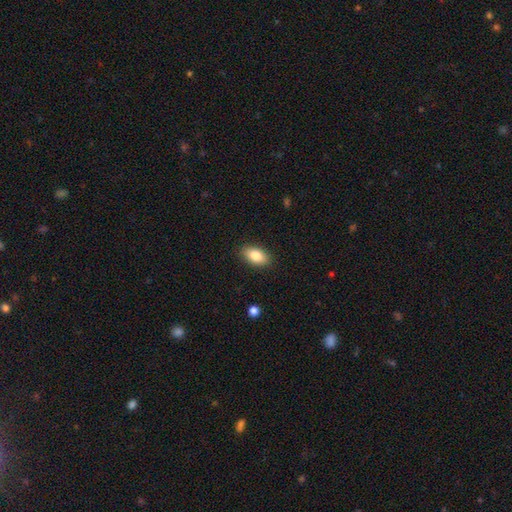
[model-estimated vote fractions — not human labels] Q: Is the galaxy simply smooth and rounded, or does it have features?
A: smooth — 83%.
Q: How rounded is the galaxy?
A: in between — 91%.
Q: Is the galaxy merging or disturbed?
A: none — 88%.